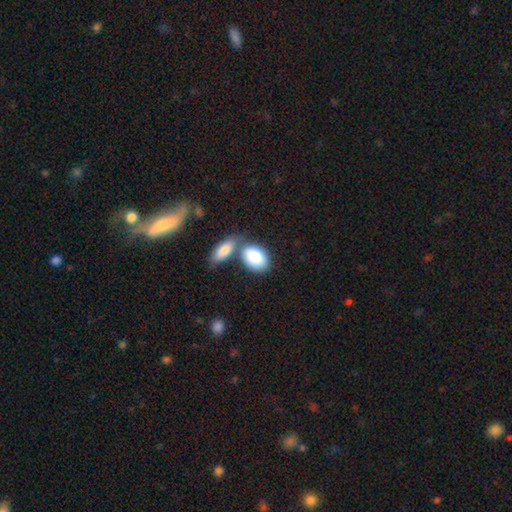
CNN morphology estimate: The model was most divided on "merging" (2-way tie): merger: 42%, none: 42%, minor disturbance: 12%, major disturbance: 4%. More confident: how rounded — in between (90%); smooth or featured — smooth (85%).